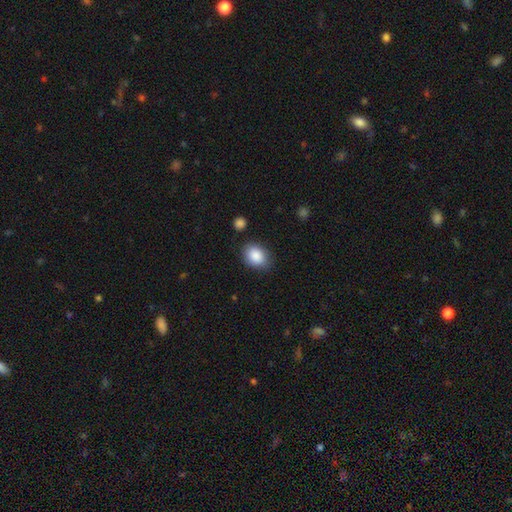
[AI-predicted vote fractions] Smooth or featured? Predicted: smooth (p=0.88). How rounded? Predicted: in between (p=0.68). Merging? Predicted: none (p=0.79).